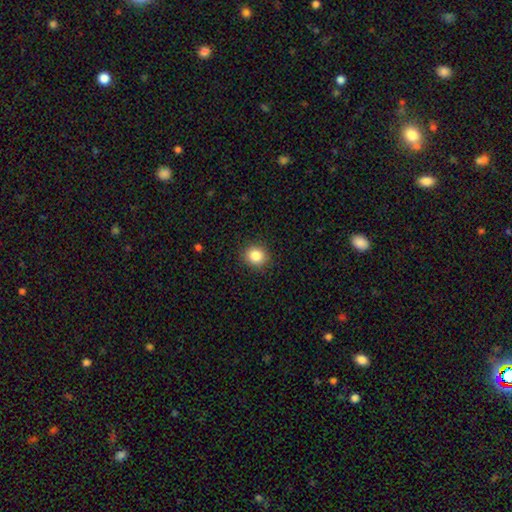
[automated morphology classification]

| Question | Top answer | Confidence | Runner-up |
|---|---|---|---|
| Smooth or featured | smooth | 85% | star or artifact (10%) |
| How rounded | round | 81% | in between (18%) |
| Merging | none | 90% | minor disturbance (7%) |